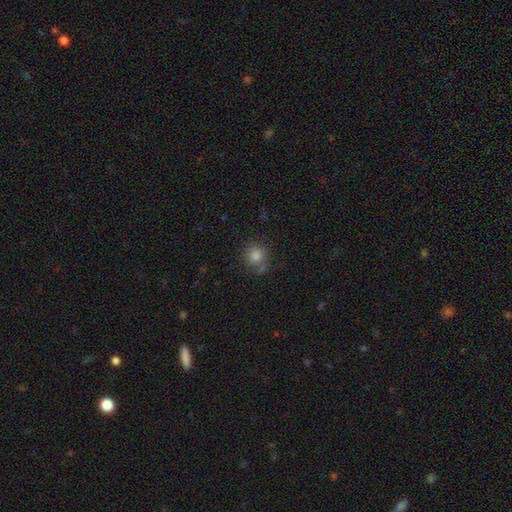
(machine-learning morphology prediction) Smooth or featured? Predicted: smooth (p=0.80). How rounded? Predicted: round (p=0.90). Merging? Predicted: none (p=0.71).